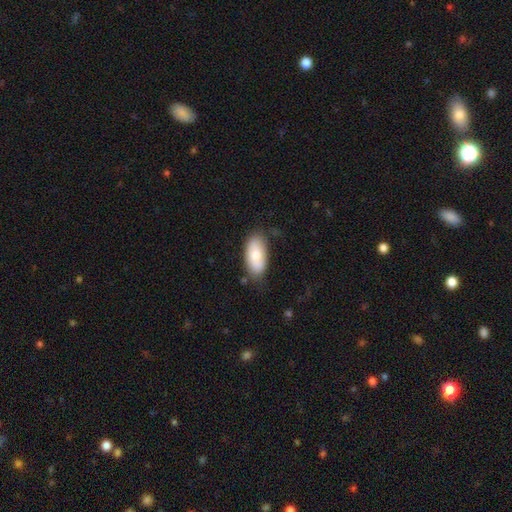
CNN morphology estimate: A smooth galaxy with no disk features (76%) that is in between round and cigar-shaped (92%).

Vote fractions:
- Smooth or featured? smooth: 76% / featured or disk: 18% / star or artifact: 6%
- How rounded? in between: 92% / cigar-shaped: 5% / round: 3%
- Merging? none: 75% / minor disturbance: 19% / major disturbance: 4% / merger: 3%